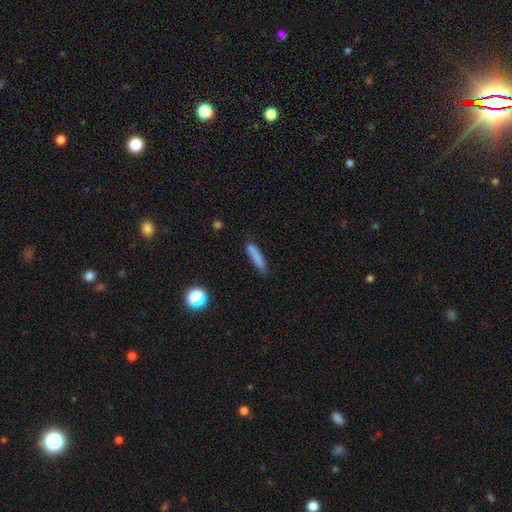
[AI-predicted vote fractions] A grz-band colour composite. It shows a smooth galaxy with no disk features (81%) that is cigar-shaped (84%). Merging: none (71%).